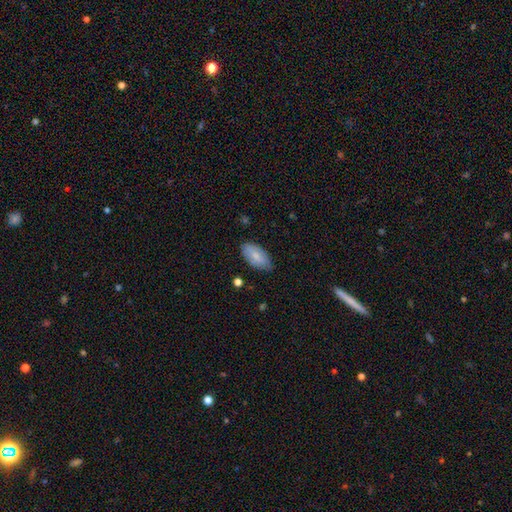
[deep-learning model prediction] This is likely a smooth galaxy (76%). How rounded: clearly in between (94%). Merging: likely none (75%).